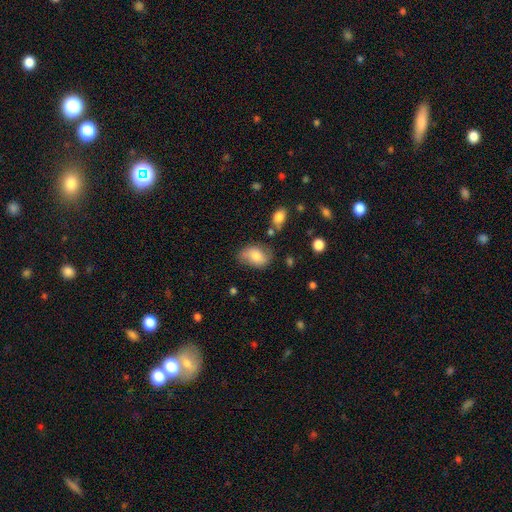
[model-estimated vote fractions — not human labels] This appears to be a smooth galaxy with no disk features (67%) that is in between round and cigar-shaped (82%). Merging: none (58%).